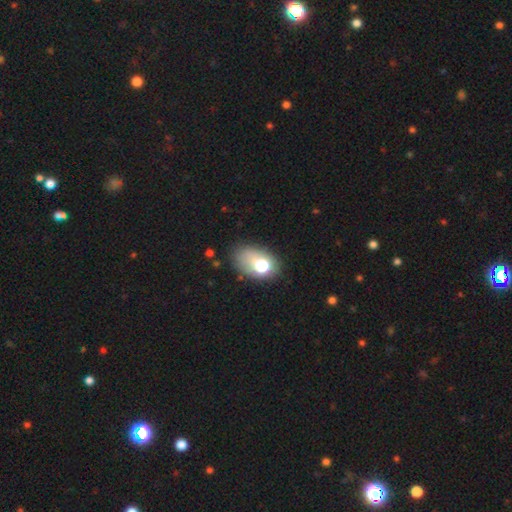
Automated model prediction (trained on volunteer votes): This is likely a smooth galaxy (63%). How rounded: likely in between (77%). Merging: possibly none (45%).